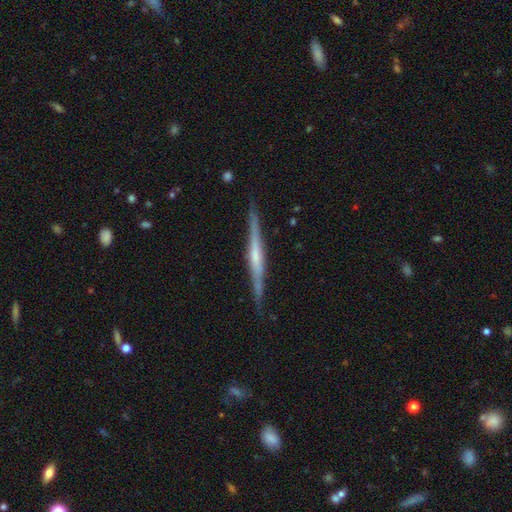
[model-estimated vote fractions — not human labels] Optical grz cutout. It shows a featured or disk galaxy (72%) viewed edge-on (98%) with a rounded central bulge (43%). Merging: none (87%).